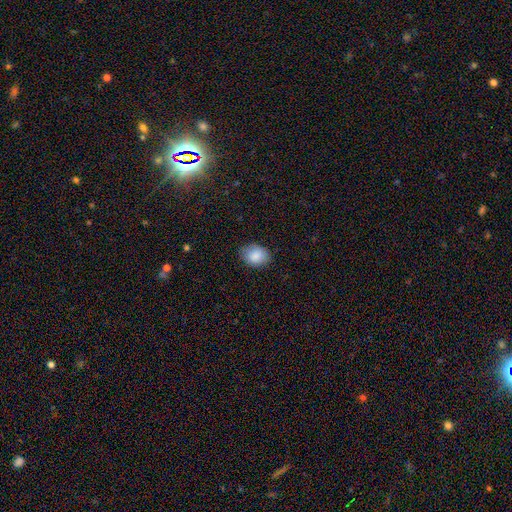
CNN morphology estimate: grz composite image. It shows a smooth galaxy with no disk features (87%) that is in between round and cigar-shaped (65%). Merging: none (81%).